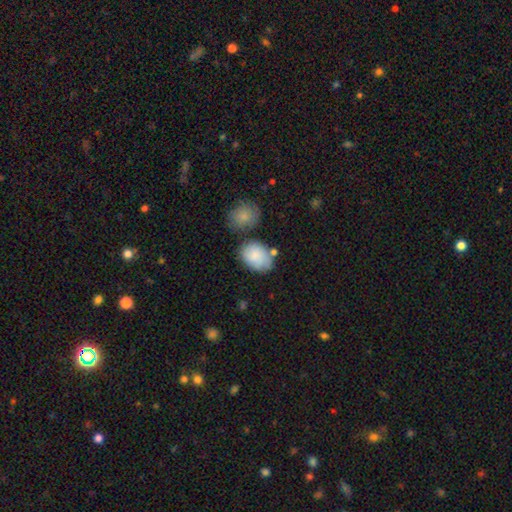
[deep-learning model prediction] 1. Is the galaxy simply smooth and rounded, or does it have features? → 84% smooth, 10% featured or disk, 6% star or artifact.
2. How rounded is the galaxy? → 77% in between, 22% round, 1% cigar-shaped.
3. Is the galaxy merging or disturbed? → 58% none, 21% minor disturbance, 15% merger, 6% major disturbance.